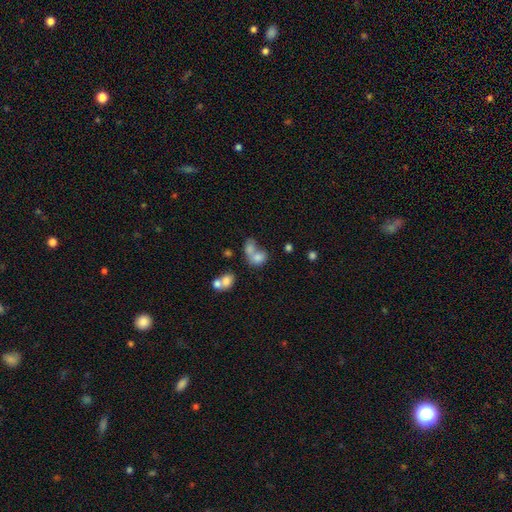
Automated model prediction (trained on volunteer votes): Overall: smooth (75%). How rounded: in between (55%; round 43%). Merging: merger (60%; none 25%).